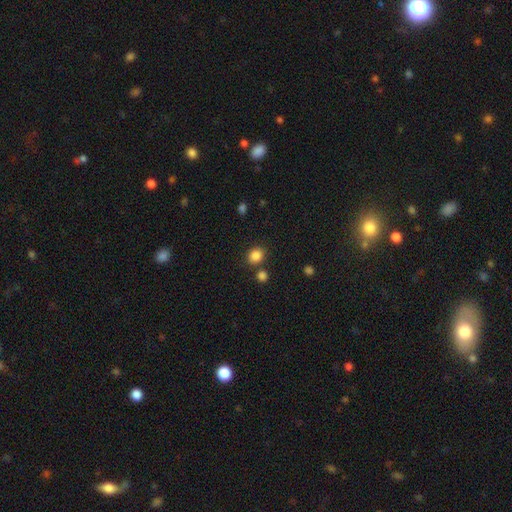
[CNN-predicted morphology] A smooth galaxy with no disk features (86%) that is round (67%).

Vote fractions:
- Smooth or featured? smooth: 86% / star or artifact: 10% / featured or disk: 4%
- How rounded? round: 67% / in between: 32% / cigar-shaped: 1%
- Merging? none: 78% / merger: 10% / minor disturbance: 9% / major disturbance: 3%